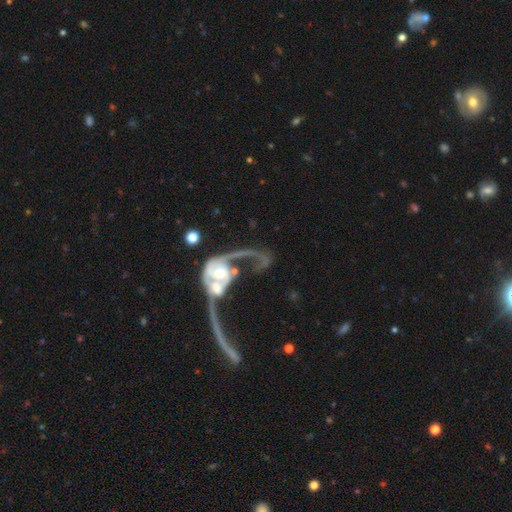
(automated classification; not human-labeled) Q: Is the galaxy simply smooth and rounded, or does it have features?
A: featured or disk — 77%.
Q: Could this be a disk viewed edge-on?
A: no — 92%.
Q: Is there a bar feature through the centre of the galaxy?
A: no — 67%.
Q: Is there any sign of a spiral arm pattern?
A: yes — 69%.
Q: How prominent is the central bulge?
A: moderate — 50%.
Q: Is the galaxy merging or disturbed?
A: merger — 60%.